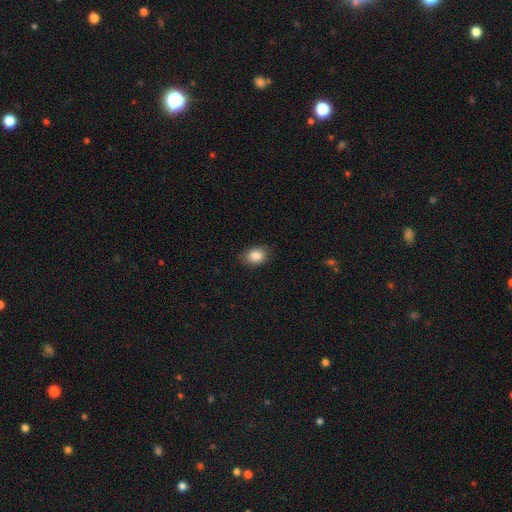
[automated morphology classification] A smooth galaxy with no disk features (87%) that is in between round and cigar-shaped (68%). Merging: none (79%).